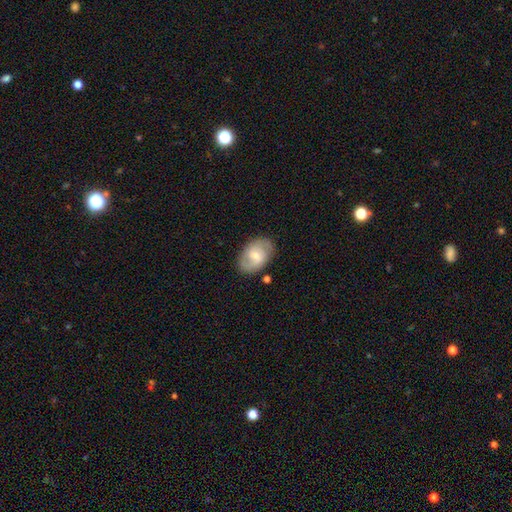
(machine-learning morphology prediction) Smooth or featured: featured or disk — 64% (smooth — 30%)
Edge-on disk: no — 96% (yes — 4%)
Bar: weak — 51% (no — 38%)
Spiral arms: yes — 88% (no — 12%)
Spiral winding: medium — 49% (tight — 25%)
Spiral arm count: 2 — 84% (can't tell — 9%)
Bulge size: small — 52% (moderate — 42%)
Merging: none — 83% (minor disturbance — 12%)